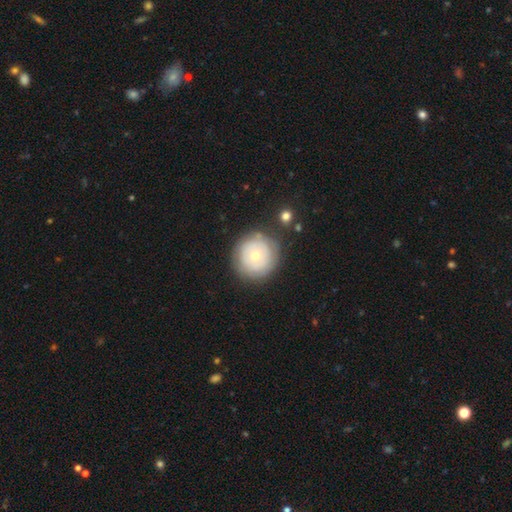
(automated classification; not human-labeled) smooth-or-featured: smooth: 51% | featured or disk: 41% | star or artifact: 7%
  how-rounded: round: 94% | in between: 5% | cigar-shaped: 1%
  merging: none: 79% | minor disturbance: 14% | major disturbance: 5% | merger: 3%